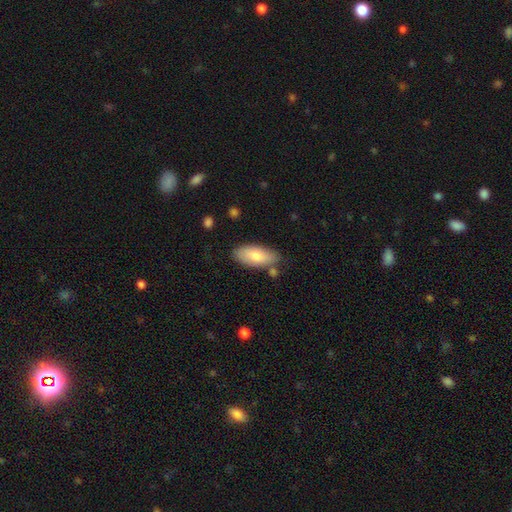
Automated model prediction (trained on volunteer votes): The model was most divided on "merging": none: 73%, minor disturbance: 17%, merger: 6%, major disturbance: 4%. More confident: how rounded — in between (88%); smooth or featured — smooth (76%).